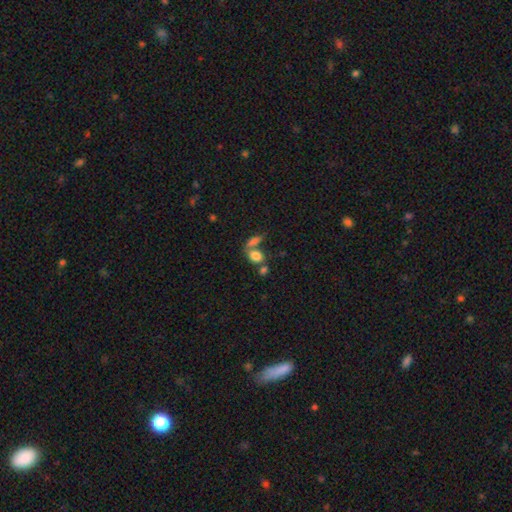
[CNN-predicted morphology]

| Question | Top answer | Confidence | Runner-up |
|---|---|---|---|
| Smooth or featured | smooth | 80% | star or artifact (10%) |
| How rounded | in between | 72% | round (24%) |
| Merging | merger | 48% | none (36%) |